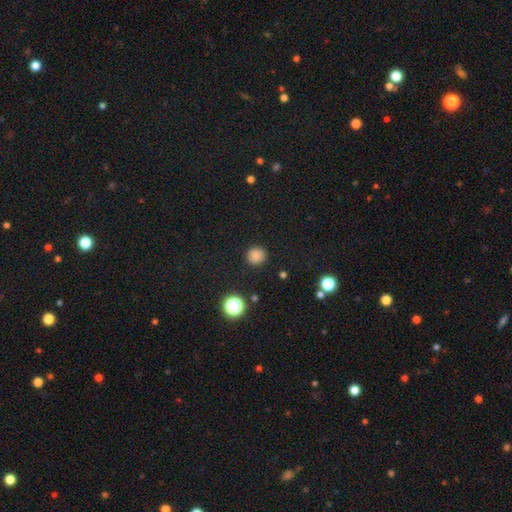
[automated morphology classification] smooth 82%, star or artifact 14%, featured or disk 5%. Down the decision tree: how rounded — round (93%); merging — none (90%).